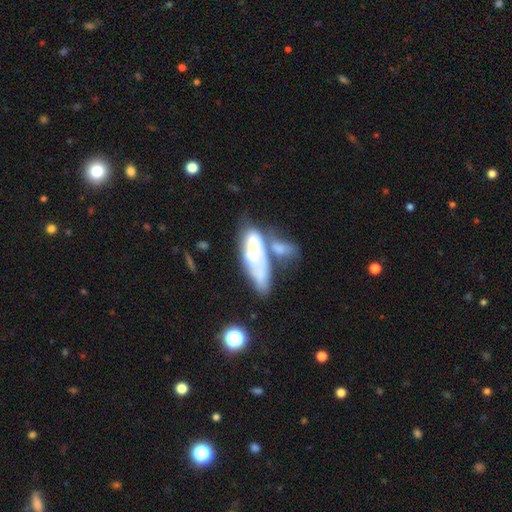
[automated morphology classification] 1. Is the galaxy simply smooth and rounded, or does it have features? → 56% featured or disk, 36% smooth, 8% star or artifact.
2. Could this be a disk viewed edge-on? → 79% no, 21% yes.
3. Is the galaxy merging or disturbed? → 42% merger, 28% none, 17% minor disturbance, 13% major disturbance.